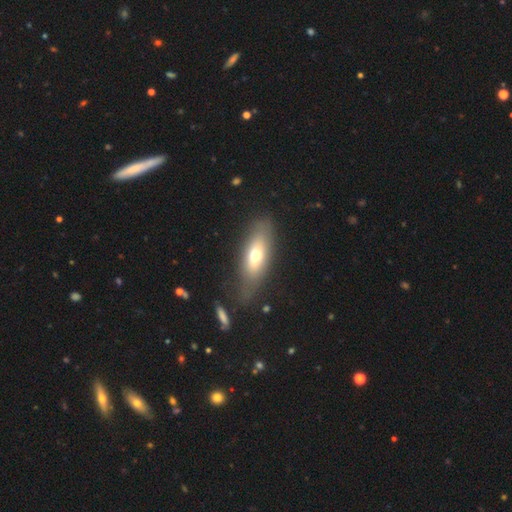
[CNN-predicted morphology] Smooth or featured?
  - smooth: 62% *
  - featured or disk: 30%
  - star or artifact: 8%
How rounded?
  - in between: 72% *
  - cigar-shaped: 23%
  - round: 5%
Merging?
  - none: 71% *
  - minor disturbance: 17%
  - major disturbance: 8%
  - merger: 3%